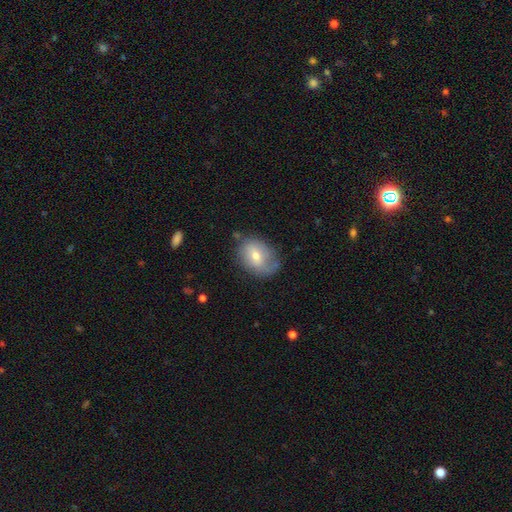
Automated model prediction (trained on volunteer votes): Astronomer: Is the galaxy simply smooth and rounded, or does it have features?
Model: smooth — 57% (runner-up: featured or disk, 35%).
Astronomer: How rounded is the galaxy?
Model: in between — 70%.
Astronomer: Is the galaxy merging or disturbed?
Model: none — 57%.